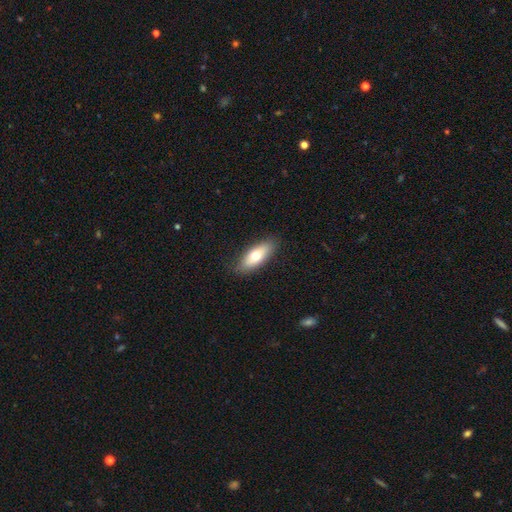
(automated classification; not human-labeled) A smooth galaxy with no disk features (68%) that is in between round and cigar-shaped (74%).

Vote fractions:
- Smooth or featured? smooth: 68% / featured or disk: 25% / star or artifact: 6%
- How rounded? in between: 74% / cigar-shaped: 24% / round: 3%
- Merging? none: 86% / minor disturbance: 11% / major disturbance: 2% / merger: 1%